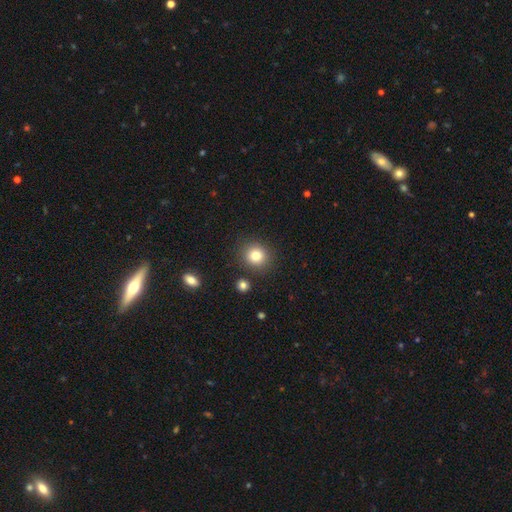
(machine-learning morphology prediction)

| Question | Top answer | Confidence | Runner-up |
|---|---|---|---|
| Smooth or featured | smooth | 82% | star or artifact (11%) |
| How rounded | round | 85% | in between (14%) |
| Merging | none | 86% | minor disturbance (7%) |